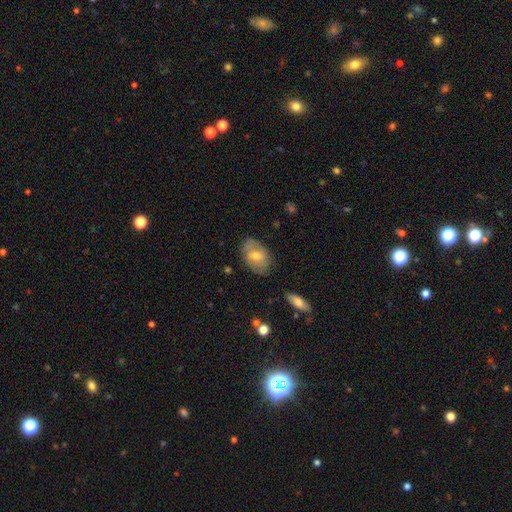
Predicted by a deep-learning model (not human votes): A smooth galaxy with no disk features (59%) that is in between round and cigar-shaped (82%). Merging: none (73%).